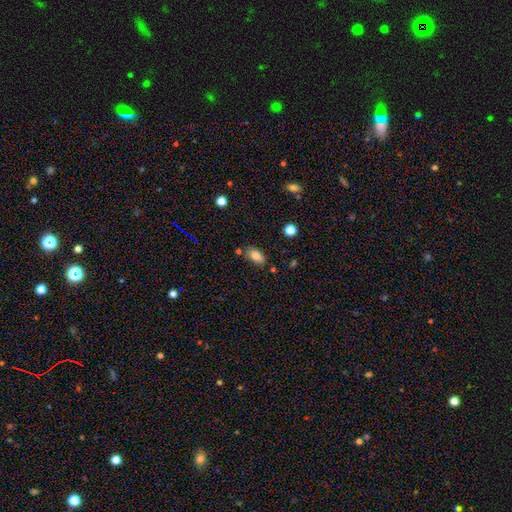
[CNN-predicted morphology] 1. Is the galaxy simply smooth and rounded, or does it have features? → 81% smooth, 10% featured or disk, 9% star or artifact.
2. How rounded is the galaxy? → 91% in between, 5% round, 4% cigar-shaped.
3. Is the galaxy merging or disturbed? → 78% none, 14% minor disturbance, 6% merger, 3% major disturbance.